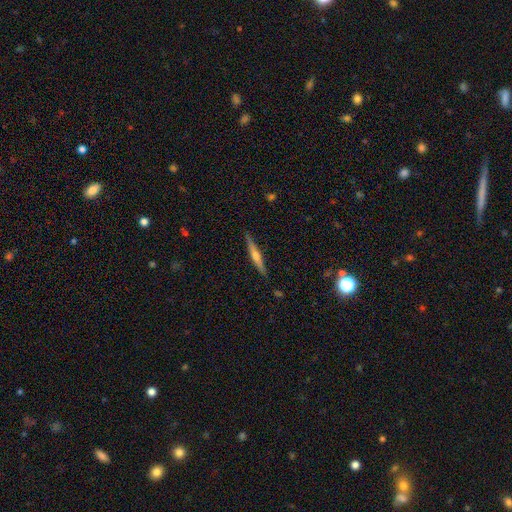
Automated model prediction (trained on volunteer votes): This is likely a featured or disk galaxy (67%). It is clearly viewed edge-on (98%). Edge-on bulge: clearly rounded (84%). Merging: clearly none (90%).